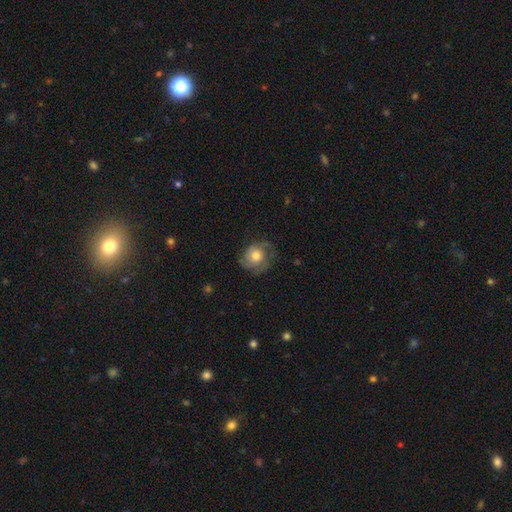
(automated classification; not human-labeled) The model was most divided on "smooth or featured": smooth: 52%, featured or disk: 40%, star or artifact: 8%. More confident: how rounded — round (77%); merging — none (63%).